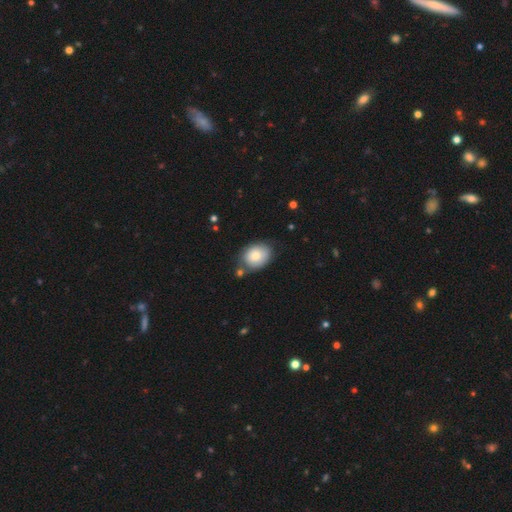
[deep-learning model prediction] Smooth or featured? Predicted: smooth (p=0.77). How rounded? Predicted: in between (p=0.59). Merging? Predicted: none (p=0.67).